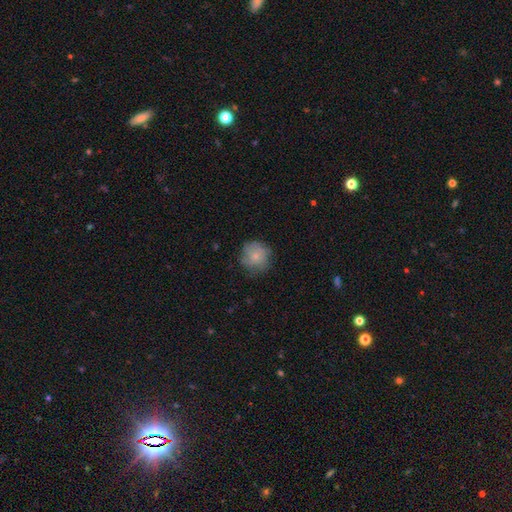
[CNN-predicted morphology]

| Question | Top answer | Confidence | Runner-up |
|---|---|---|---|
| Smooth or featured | smooth | 73% | featured or disk (18%) |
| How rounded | round | 91% | in between (8%) |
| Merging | none | 72% | minor disturbance (21%) |